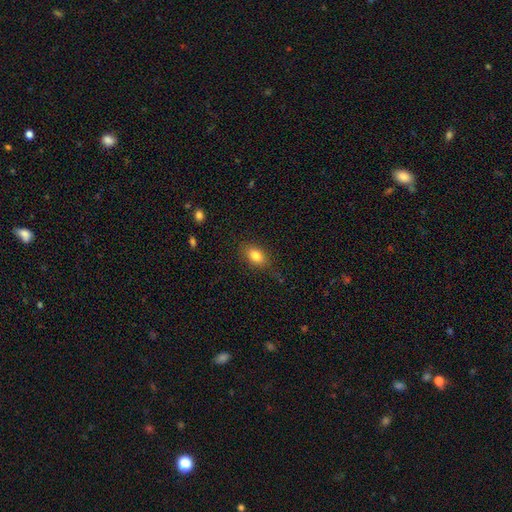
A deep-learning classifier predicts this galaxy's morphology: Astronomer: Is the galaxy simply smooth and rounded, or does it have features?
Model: smooth — 82%.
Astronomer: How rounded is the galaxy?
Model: in between — 85%.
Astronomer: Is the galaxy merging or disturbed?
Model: none — 78%.